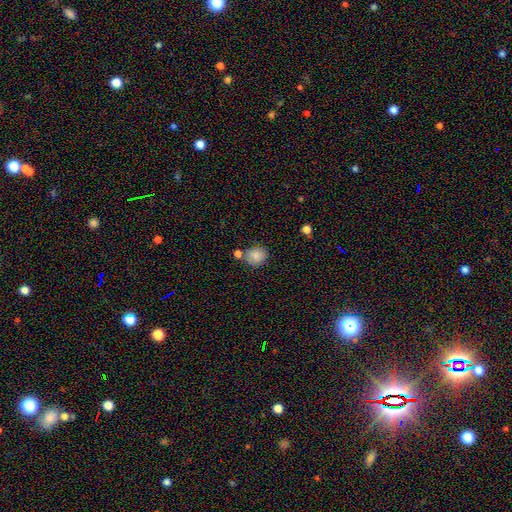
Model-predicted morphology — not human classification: Overall: smooth (83%). How rounded: round (76%). Merging: none (69%).